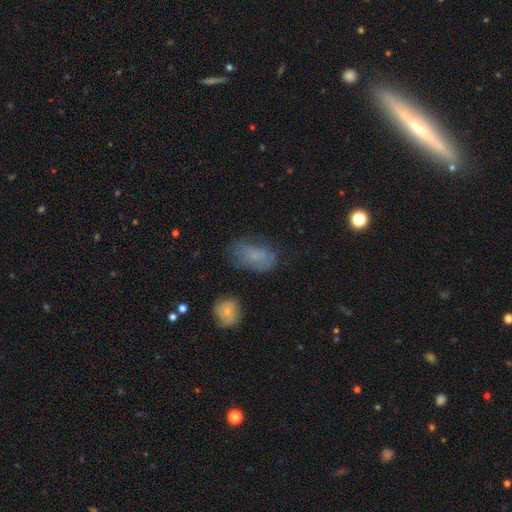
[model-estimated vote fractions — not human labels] Smooth or featured? Predicted: smooth (p=0.72). How rounded? Predicted: in between (p=0.89). Merging? Predicted: none (p=0.63).